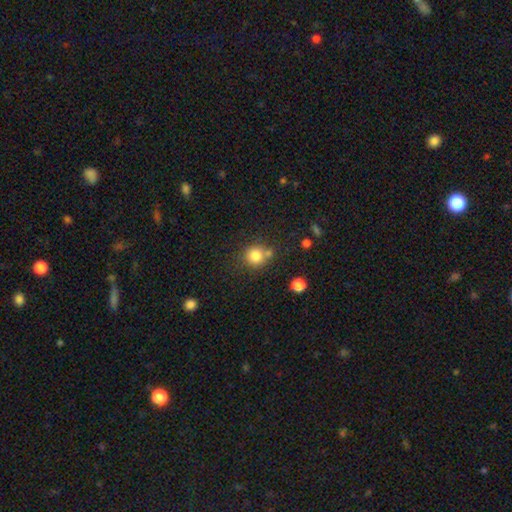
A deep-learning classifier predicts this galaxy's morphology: Overall: smooth (82%). How rounded: round (90%). Merging: none (63%).